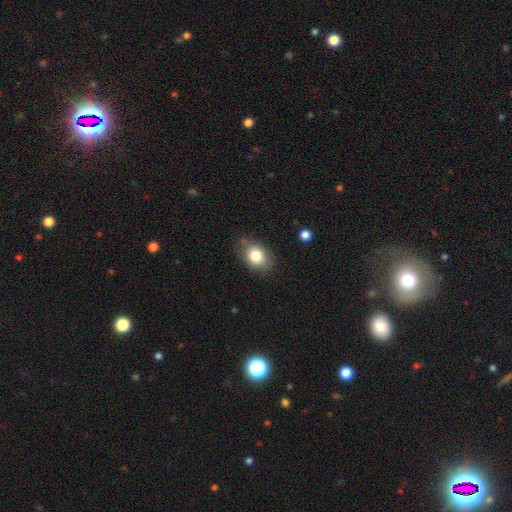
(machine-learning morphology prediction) This appears to be a smooth galaxy with no disk features (81%) that is in between round and cigar-shaped (67%). Merging: none (77%).